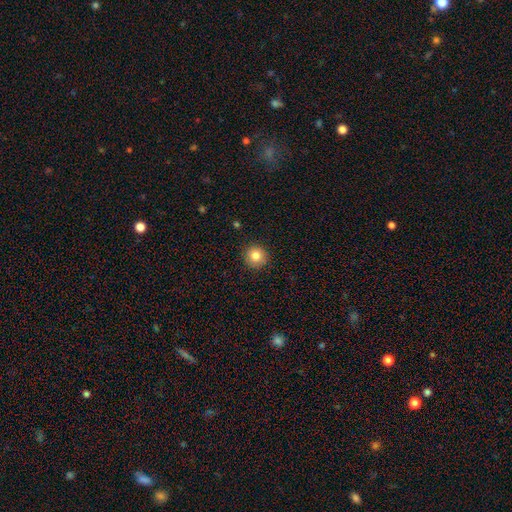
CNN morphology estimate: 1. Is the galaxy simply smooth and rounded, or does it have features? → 83% smooth, 10% star or artifact, 7% featured or disk.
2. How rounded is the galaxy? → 93% round, 6% in between, 1% cigar-shaped.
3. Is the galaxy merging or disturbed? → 90% none, 7% minor disturbance, 2% major disturbance, 1% merger.